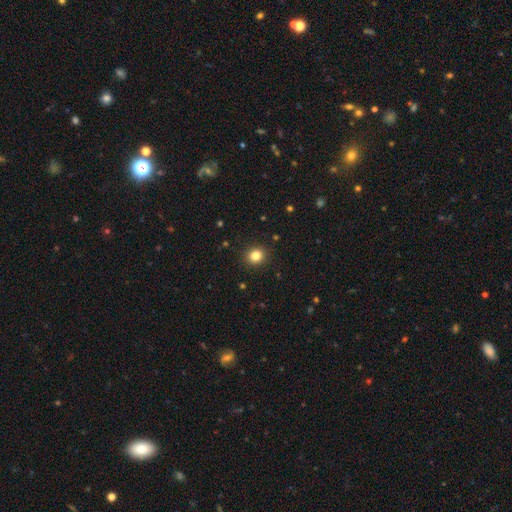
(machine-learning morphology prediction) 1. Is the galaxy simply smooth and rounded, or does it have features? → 83% smooth, 12% star or artifact, 5% featured or disk.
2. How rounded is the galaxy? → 81% round, 18% in between, 1% cigar-shaped.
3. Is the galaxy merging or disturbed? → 91% none, 6% minor disturbance, 2% major disturbance, 1% merger.